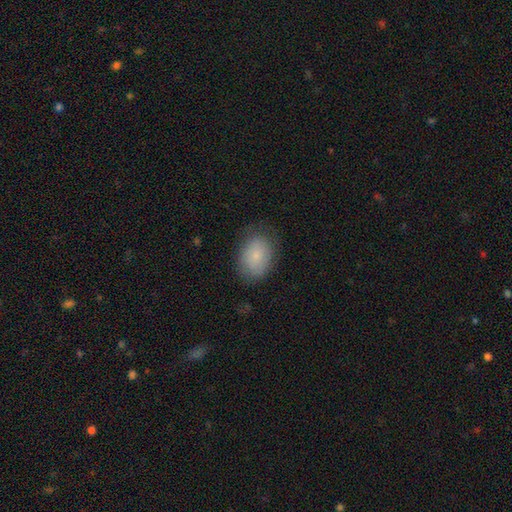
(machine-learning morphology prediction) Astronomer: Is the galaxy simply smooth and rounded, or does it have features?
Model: smooth — 82%.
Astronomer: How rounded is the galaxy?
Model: in between — 78%.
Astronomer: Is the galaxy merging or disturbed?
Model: none — 75%.